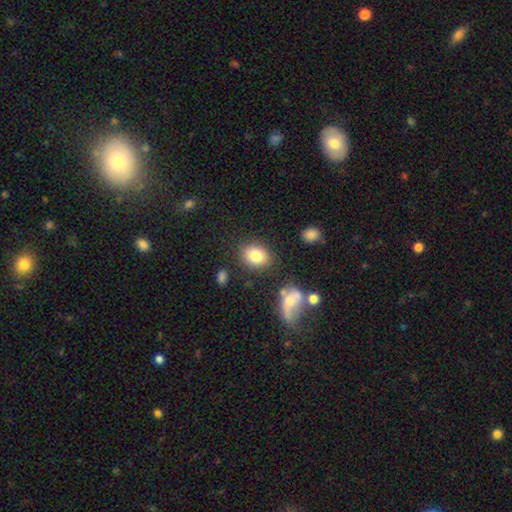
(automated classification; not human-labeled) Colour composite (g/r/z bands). It shows a smooth galaxy with no disk features (82%) that is in between round and cigar-shaped (51%). Merging: none (80%).